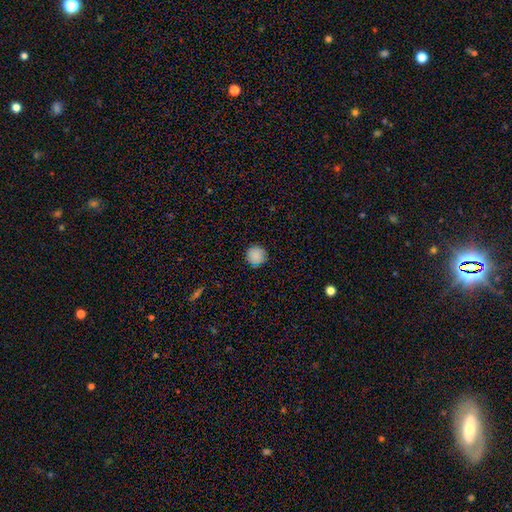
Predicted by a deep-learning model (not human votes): A smooth galaxy with no disk features (87%) that is round (94%). Merging: none (87%).